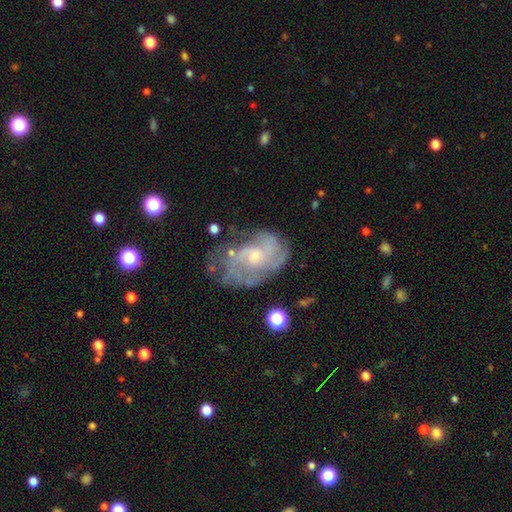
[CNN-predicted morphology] Smooth or featured?
  - featured or disk: 79% *
  - smooth: 14%
  - star or artifact: 8%
Edge-on disk?
  - no: 97% *
  - yes: 3%
Bar?
  - no: 71% *
  - weak: 26%
  - strong: 4%
Spiral arms?
  - yes: 86% *
  - no: 14%
Spiral winding?
  - tight: 47% *
  - medium: 38%
  - loose: 15%
Spiral arm count?
  - can't tell: 45% *
  - 2: 19%
  - 3: 15%
  - 4: 10%
  - 1: 5%
  - more than 4: 5%
Bulge size?
  - small: 59% *
  - moderate: 34%
  - none: 5%
  - large: 2%
  - dominant: 1%
Merging?
  - none: 54% *
  - minor disturbance: 25%
  - major disturbance: 18%
  - merger: 4%